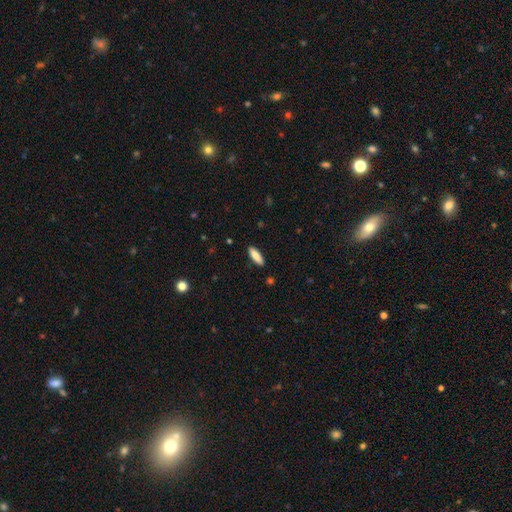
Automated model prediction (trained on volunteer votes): smooth_or_featured: smooth (p=0.83) [alt: featured or disk p=0.11]
how_rounded: cigar-shaped (p=0.51) [alt: in between p=0.48]
merging: none (p=0.89) [alt: minor disturbance p=0.08]